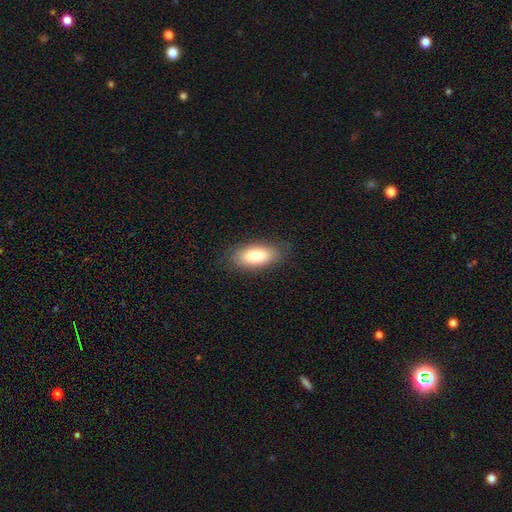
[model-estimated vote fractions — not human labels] A smooth galaxy with no disk features (83%) that is in between round and cigar-shaped (87%). Merging: none (83%).